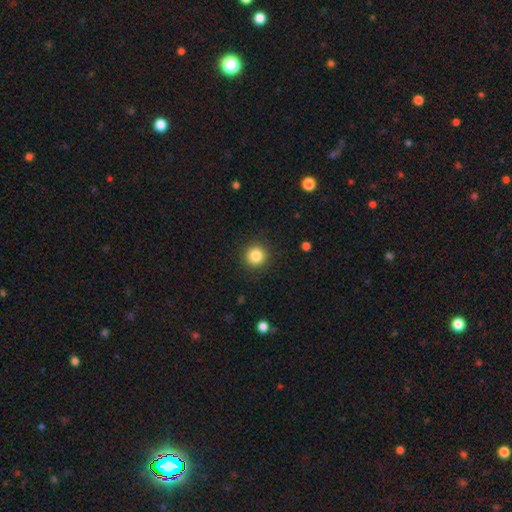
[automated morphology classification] Q: Smooth or featured?
A: smooth (85%); runner-up: star or artifact (10%)
Q: How rounded?
A: round (94%); runner-up: in between (5%)
Q: Merging?
A: none (91%); runner-up: minor disturbance (6%)